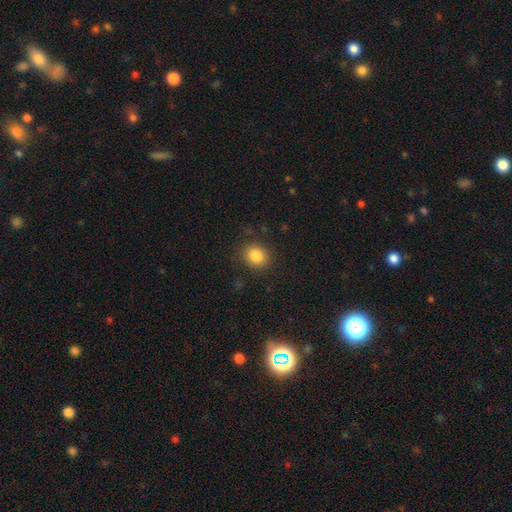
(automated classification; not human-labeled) Morphology: type=smooth (84%); roundness=round (69%); merging=none (86%).